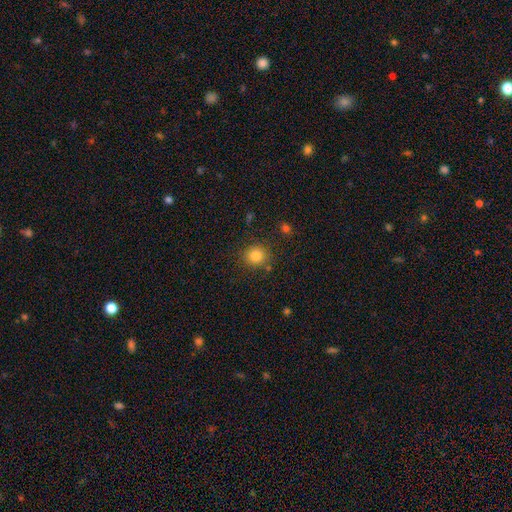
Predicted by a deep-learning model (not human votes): Smooth or featured?
  - smooth: 83% *
  - star or artifact: 12%
  - featured or disk: 6%
How rounded?
  - round: 87% *
  - in between: 12%
  - cigar-shaped: 1%
Merging?
  - none: 84% *
  - minor disturbance: 9%
  - merger: 3%
  - major disturbance: 3%